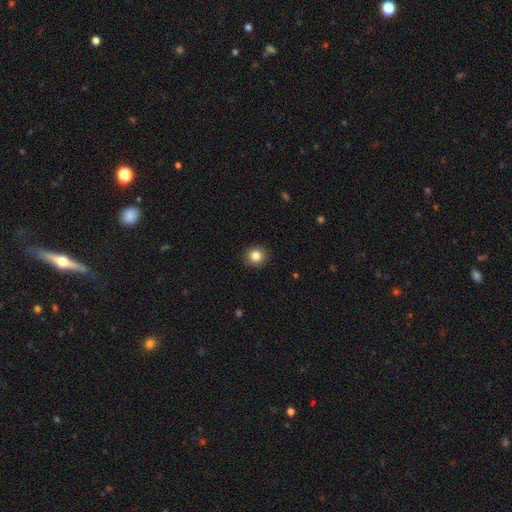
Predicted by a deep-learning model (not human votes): A smooth galaxy with no disk features (84%) that is round (88%). Merging: none (92%).